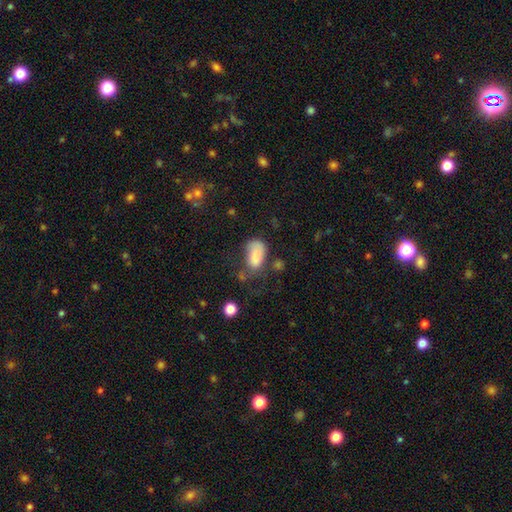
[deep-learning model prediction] smooth 78%, featured or disk 12%, star or artifact 10%. Down the decision tree: how rounded — in between (91%); merging — major disturbance (32%).